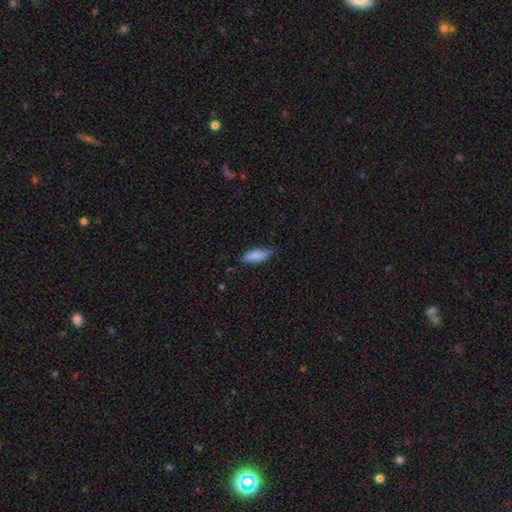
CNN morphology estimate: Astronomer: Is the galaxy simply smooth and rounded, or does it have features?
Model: smooth — 84%.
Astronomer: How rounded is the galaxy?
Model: in between — 60% (runner-up: cigar-shaped, 38%).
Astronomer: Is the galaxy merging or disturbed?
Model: none — 74%.